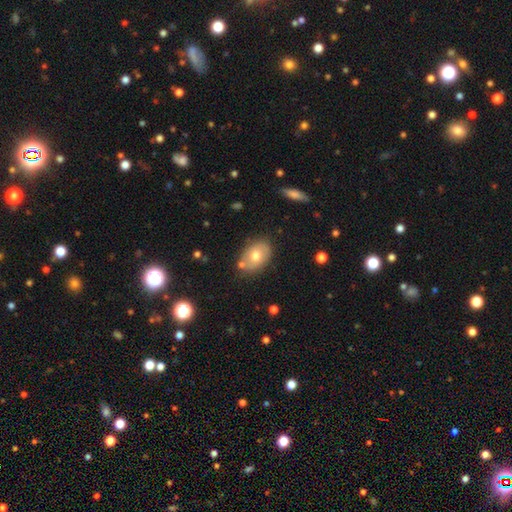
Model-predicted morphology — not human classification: Smooth or featured?
  - smooth: 64% *
  - featured or disk: 28%
  - star or artifact: 8%
How rounded?
  - in between: 79% *
  - round: 20%
  - cigar-shaped: 1%
Merging?
  - none: 74% *
  - minor disturbance: 15%
  - merger: 7%
  - major disturbance: 4%